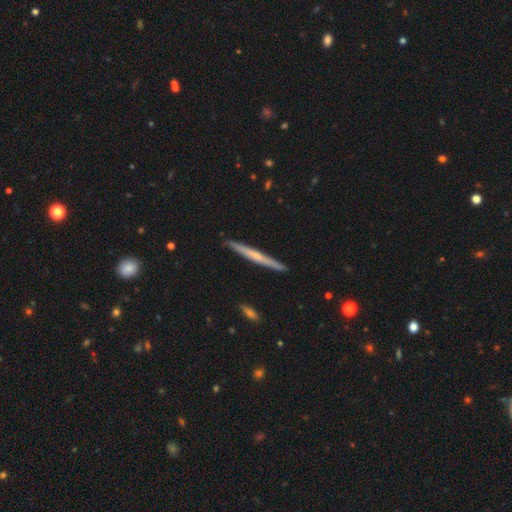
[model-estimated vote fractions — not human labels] Q: Smooth or featured?
A: featured or disk (56%); runner-up: smooth (39%)
Q: Edge-on disk?
A: yes (97%); runner-up: no (3%)
Q: Edge-on bulge?
A: none (58%); runner-up: rounded (36%)
Q: Merging?
A: none (91%); runner-up: minor disturbance (6%)